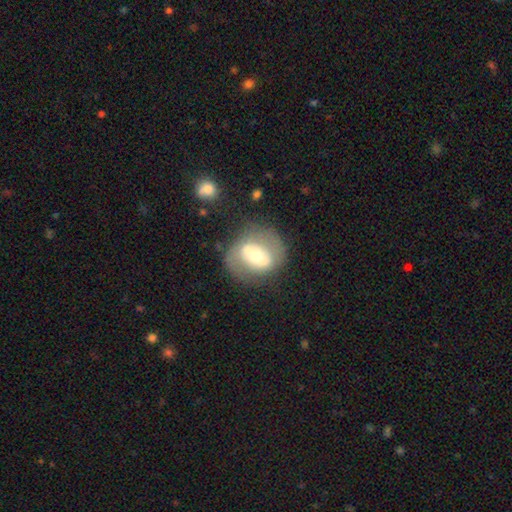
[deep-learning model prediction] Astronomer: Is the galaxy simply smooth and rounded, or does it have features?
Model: featured or disk — 62%.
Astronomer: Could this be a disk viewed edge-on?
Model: no — 94%.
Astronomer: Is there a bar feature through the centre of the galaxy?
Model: strong — 43% (runner-up: weak, 33%).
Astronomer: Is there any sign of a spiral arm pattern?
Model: yes — 51% (runner-up: no, 49%).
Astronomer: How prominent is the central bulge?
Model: moderate — 64%.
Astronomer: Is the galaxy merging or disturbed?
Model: none — 66%.